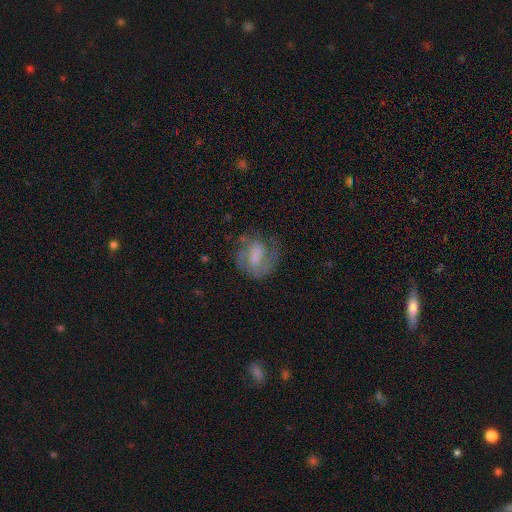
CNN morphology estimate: Smooth or featured: featured or disk — 60% (smooth — 32%)
Edge-on disk: no — 97% (yes — 3%)
Bar: weak — 46% (no — 36%)
Spiral arms: yes — 79% (no — 21%)
Bulge size: none — 32% (moderate — 28%)
Merging: none — 52% (major disturbance — 24%)